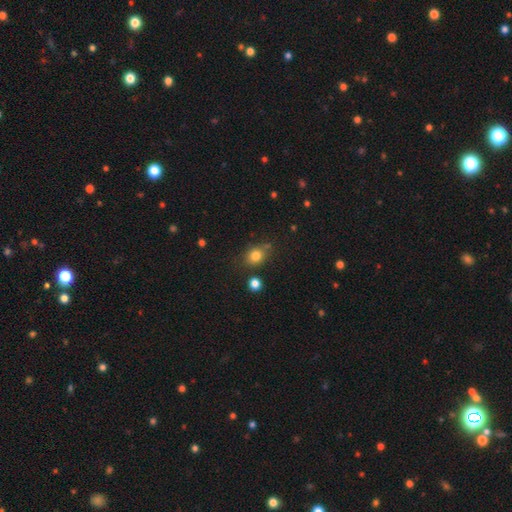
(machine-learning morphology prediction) Smooth or featured? Predicted: smooth (p=0.80). How rounded? Predicted: round (p=0.56). Merging? Predicted: none (p=0.69).